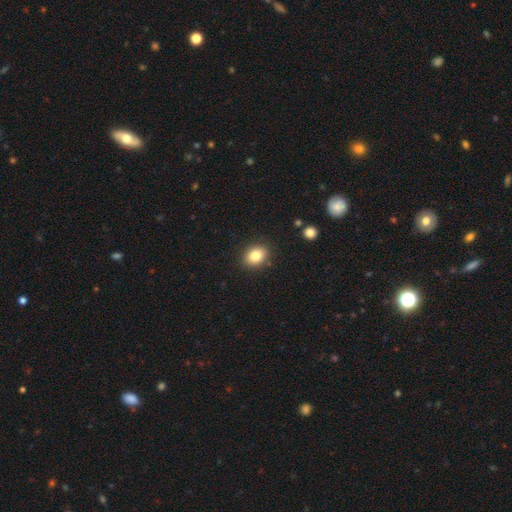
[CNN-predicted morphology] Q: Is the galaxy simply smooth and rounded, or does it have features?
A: smooth — 82%.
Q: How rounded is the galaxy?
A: in between — 59%.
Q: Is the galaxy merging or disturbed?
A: none — 88%.